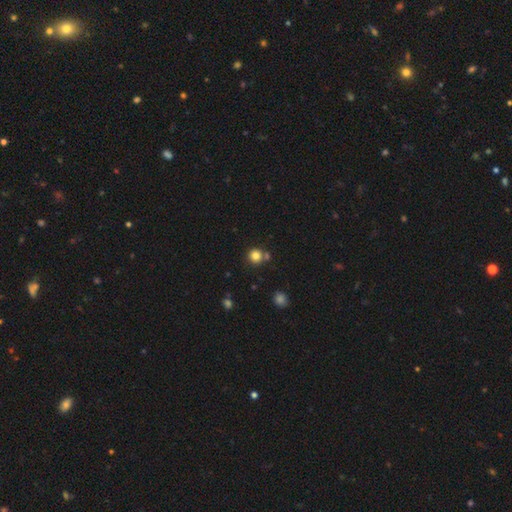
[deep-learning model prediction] Smooth or featured? Predicted: smooth (p=0.82). How rounded? Predicted: round (p=0.92). Merging? Predicted: none (p=0.74).